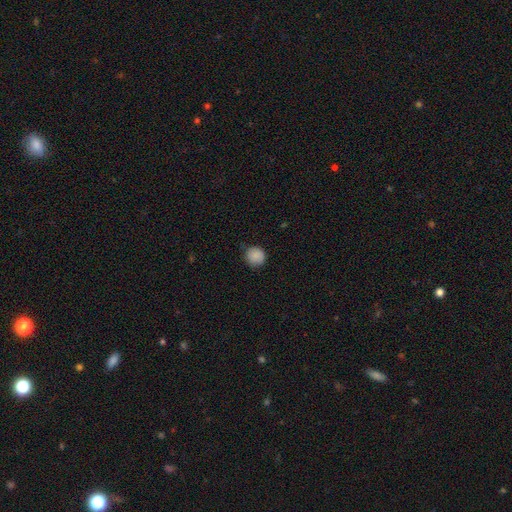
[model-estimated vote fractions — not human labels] Q: Smooth or featured?
A: smooth (88%); runner-up: star or artifact (9%)
Q: How rounded?
A: round (90%); runner-up: in between (10%)
Q: Merging?
A: none (81%); runner-up: minor disturbance (15%)